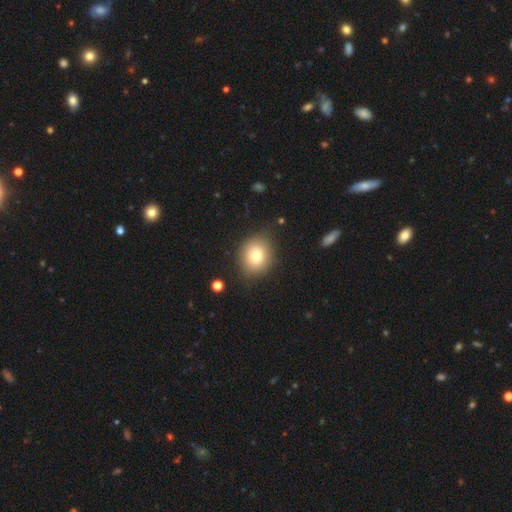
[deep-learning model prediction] smooth-or-featured: smooth: 76% | featured or disk: 13% | star or artifact: 11%
  how-rounded: round: 72% | in between: 27% | cigar-shaped: 1%
  merging: none: 83% | minor disturbance: 12% | major disturbance: 4% | merger: 2%